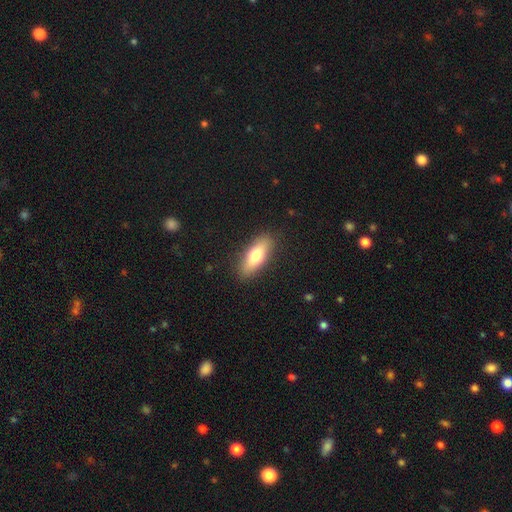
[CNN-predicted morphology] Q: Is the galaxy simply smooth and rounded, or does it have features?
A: smooth — 70%.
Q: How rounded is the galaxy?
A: in between — 62%.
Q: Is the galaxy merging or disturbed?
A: none — 88%.